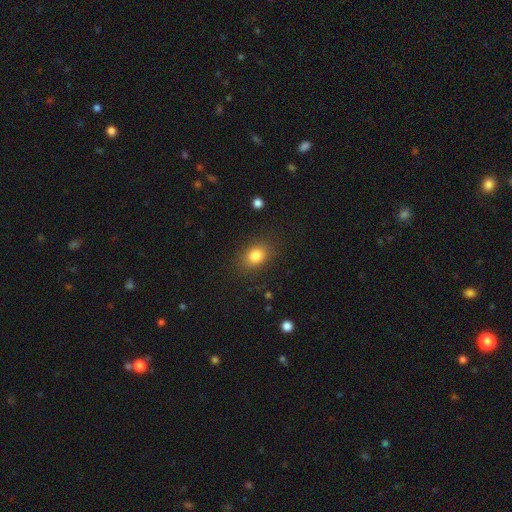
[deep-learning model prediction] smooth 82%, star or artifact 11%, featured or disk 7%. Down the decision tree: how rounded — in between (58%); merging — none (83%).